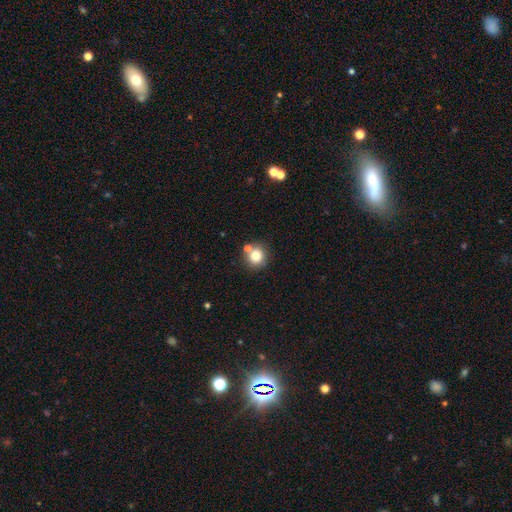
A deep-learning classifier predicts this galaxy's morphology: smooth-or-featured: smooth: 78% | star or artifact: 12% | featured or disk: 10%
  how-rounded: round: 90% | in between: 9% | cigar-shaped: 1%
  merging: none: 68% | merger: 20% | minor disturbance: 9% | major disturbance: 3%